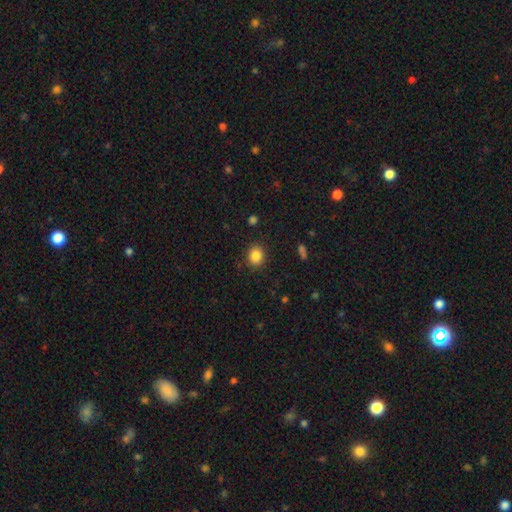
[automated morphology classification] Overall: smooth (86%). How rounded: round (66%; in between 33%). Merging: none (87%).